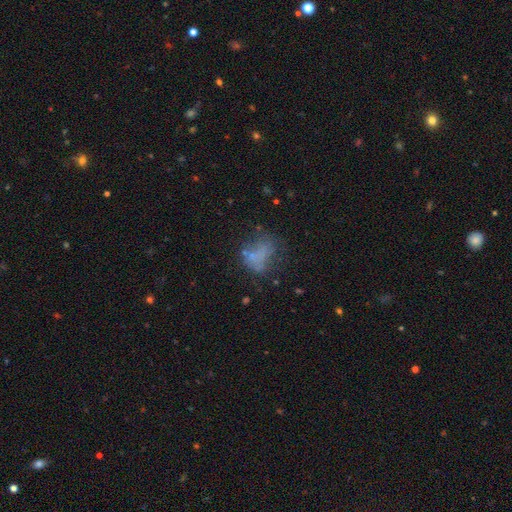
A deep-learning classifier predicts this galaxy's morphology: Smooth or featured? Predicted: smooth (p=0.49). Merging? Predicted: none (p=0.41).